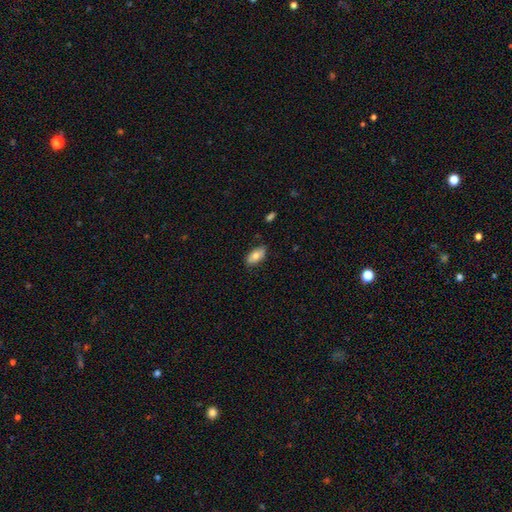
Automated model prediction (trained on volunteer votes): smooth_or_featured: smooth (p=0.75) [alt: featured or disk p=0.18]
how_rounded: in between (p=0.91) [alt: cigar-shaped p=0.06]
merging: none (p=0.83) [alt: minor disturbance p=0.13]